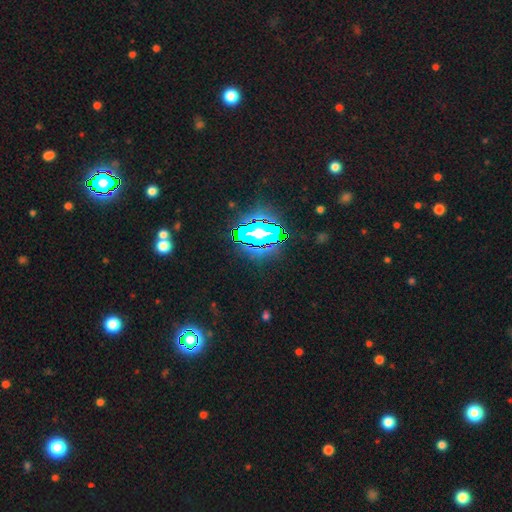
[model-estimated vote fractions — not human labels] Smooth or featured?
  - star or artifact: 82% *
  - smooth: 11%
  - featured or disk: 7%